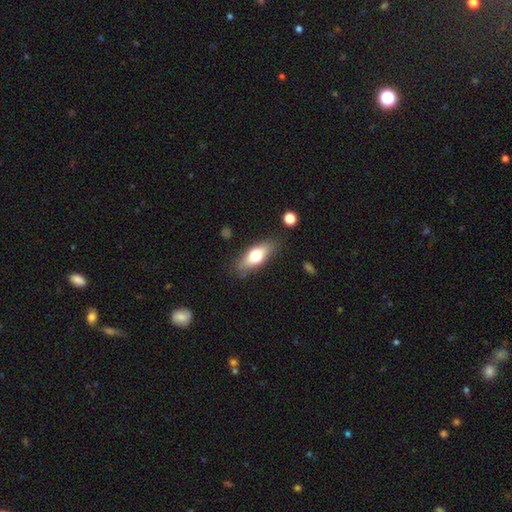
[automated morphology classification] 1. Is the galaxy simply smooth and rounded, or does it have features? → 66% smooth, 27% featured or disk, 7% star or artifact.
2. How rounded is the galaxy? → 71% in between, 26% cigar-shaped, 4% round.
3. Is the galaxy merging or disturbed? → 82% none, 13% minor disturbance, 3% major disturbance, 2% merger.